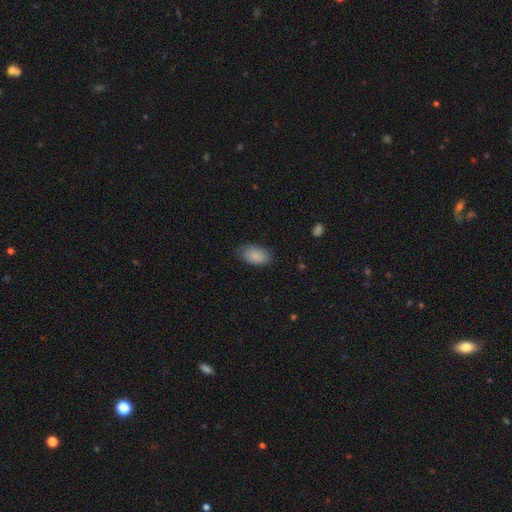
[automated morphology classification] Q: Smooth or featured?
A: smooth (87%); runner-up: featured or disk (7%)
Q: How rounded?
A: in between (93%); runner-up: round (5%)
Q: Merging?
A: none (79%); runner-up: minor disturbance (17%)